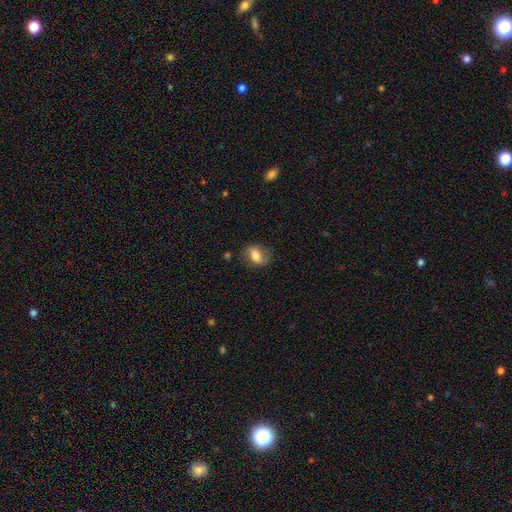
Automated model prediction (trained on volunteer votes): smooth 68%, featured or disk 24%, star or artifact 8%. Down the decision tree: how rounded — in between (72%); merging — none (72%).